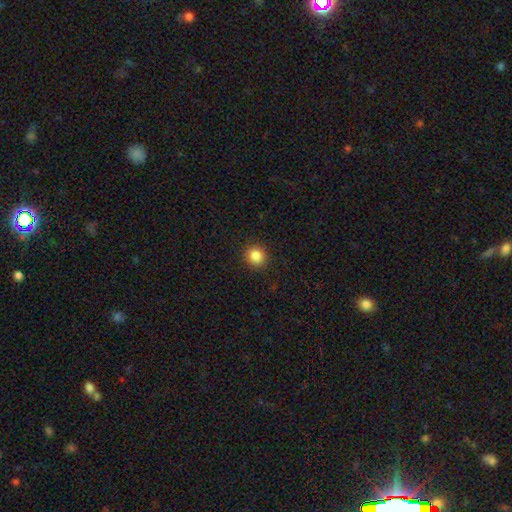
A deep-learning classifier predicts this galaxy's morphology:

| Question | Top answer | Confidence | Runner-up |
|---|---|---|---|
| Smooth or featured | smooth | 86% | star or artifact (10%) |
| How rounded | round | 91% | in between (8%) |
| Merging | none | 92% | minor disturbance (6%) |